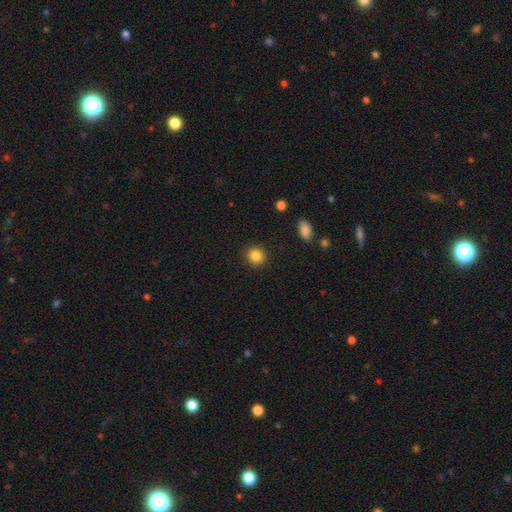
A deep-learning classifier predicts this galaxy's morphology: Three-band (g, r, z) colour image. It shows a smooth galaxy with no disk features (86%) that is round (88%). Merging: none (91%).